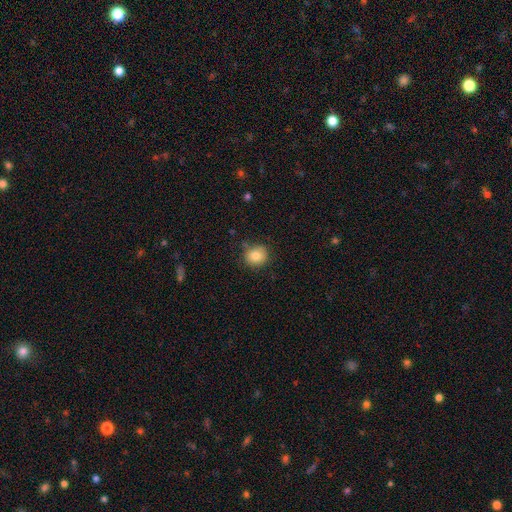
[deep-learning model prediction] Smooth or featured: smooth — 83% (star or artifact — 10%)
How rounded: round — 82% (in between — 17%)
Merging: none — 80% (minor disturbance — 15%)